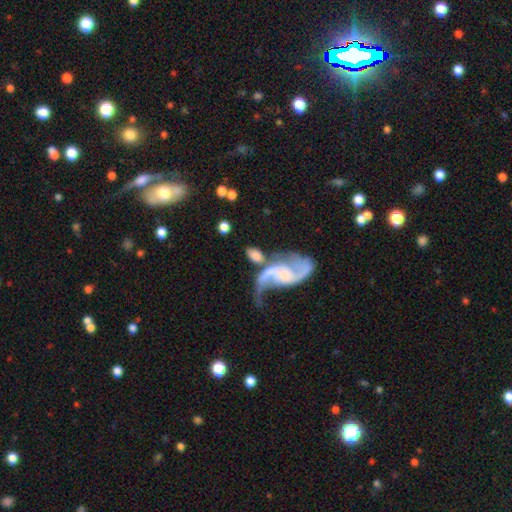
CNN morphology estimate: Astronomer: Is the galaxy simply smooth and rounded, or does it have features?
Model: featured or disk — 53% (runner-up: smooth, 40%).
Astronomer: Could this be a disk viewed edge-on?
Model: no — 93%.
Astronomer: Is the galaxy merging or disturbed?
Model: merger — 42% (runner-up: none, 32%).